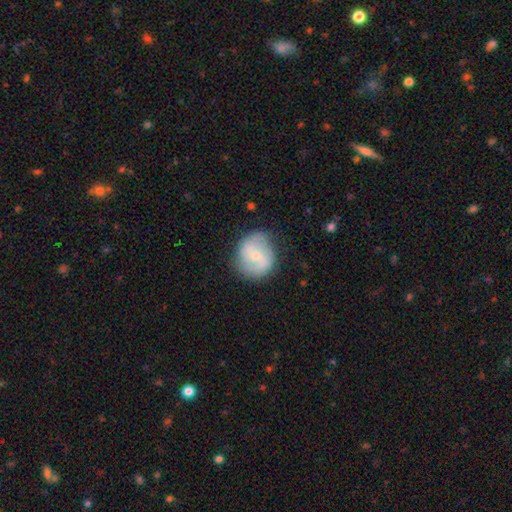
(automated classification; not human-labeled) smooth_or_featured: featured or disk (p=0.62) [alt: smooth p=0.32]
disk_edge_on: no (p=0.97) [alt: yes p=0.03]
bar: no (p=0.47) [alt: weak p=0.43]
has_spiral_arms: yes (p=0.86) [alt: no p=0.14]
spiral_winding: medium (p=0.46) [alt: loose p=0.31]
spiral_arm_count: 2 (p=0.83) [alt: can't tell p=0.10]
bulge_size: small (p=0.58) [alt: moderate p=0.37]
merging: none (p=0.78) [alt: minor disturbance p=0.16]